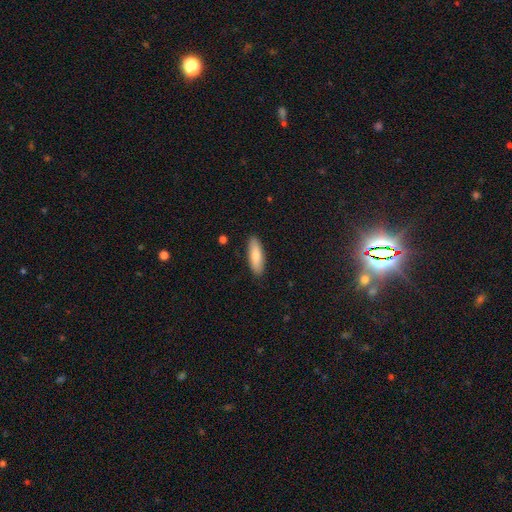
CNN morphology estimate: Smooth or featured?
  - smooth: 80% *
  - featured or disk: 14%
  - star or artifact: 6%
How rounded?
  - in between: 53% *
  - cigar-shaped: 45%
  - round: 2%
Merging?
  - none: 88% *
  - minor disturbance: 9%
  - major disturbance: 2%
  - merger: 1%